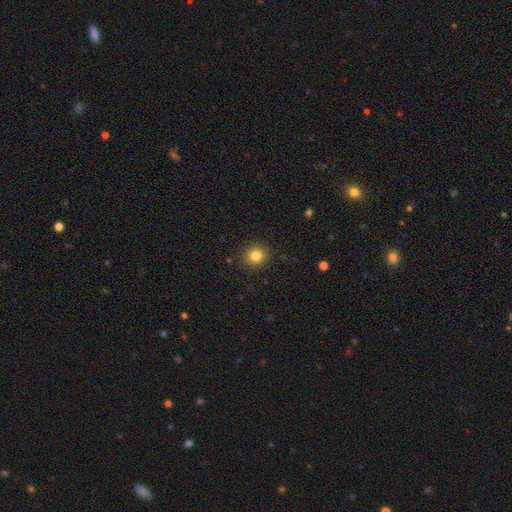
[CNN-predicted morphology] A smooth galaxy with no disk features (83%) that is round (89%).

Vote fractions:
- Smooth or featured? smooth: 83% / star or artifact: 11% / featured or disk: 5%
- How rounded? round: 89% / in between: 11% / cigar-shaped: 1%
- Merging? none: 90% / minor disturbance: 7% / major disturbance: 2% / merger: 1%